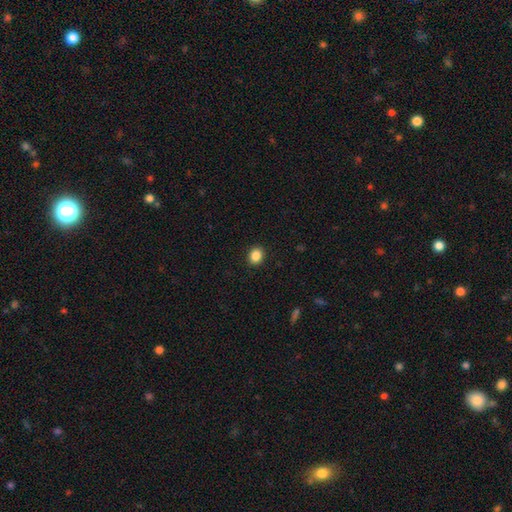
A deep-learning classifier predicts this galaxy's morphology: This is clearly a smooth galaxy (87%). How rounded: possibly round (60%). Merging: clearly none (91%).